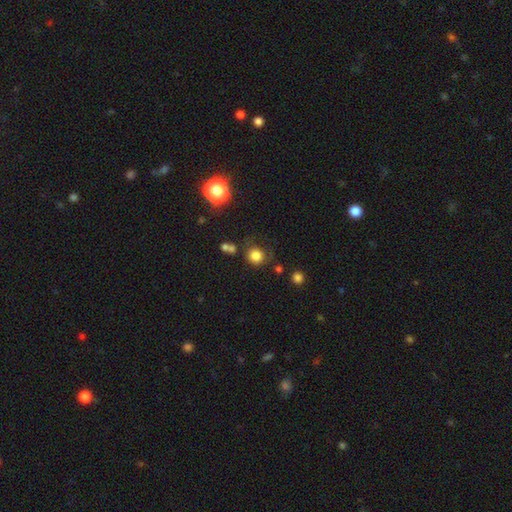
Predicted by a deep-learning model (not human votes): Q: Smooth or featured?
A: smooth (80%); runner-up: star or artifact (14%)
Q: How rounded?
A: round (87%); runner-up: in between (12%)
Q: Merging?
A: none (71%); runner-up: minor disturbance (15%)